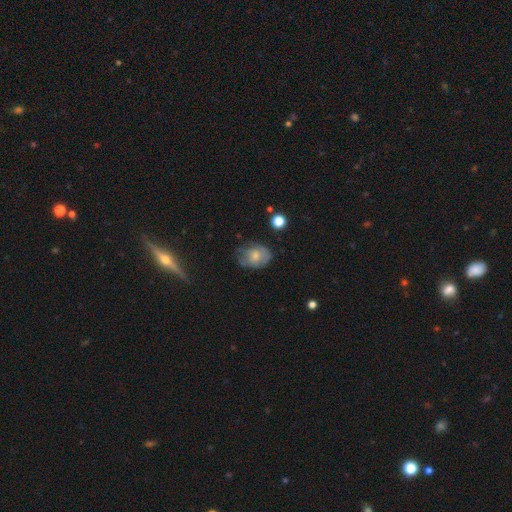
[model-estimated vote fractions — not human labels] Q: Smooth or featured?
A: smooth (58%); runner-up: featured or disk (33%)
Q: How rounded?
A: in between (68%); runner-up: round (31%)
Q: Merging?
A: none (55%); runner-up: minor disturbance (31%)